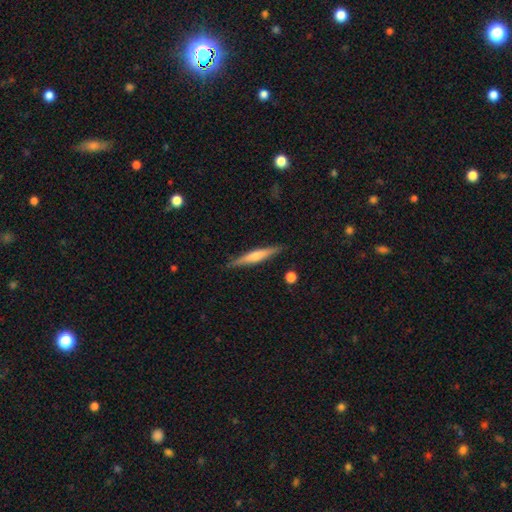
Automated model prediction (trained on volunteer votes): Q: Smooth or featured?
A: featured or disk (53%); runner-up: smooth (41%)
Q: Edge-on disk?
A: yes (97%); runner-up: no (3%)
Q: Edge-on bulge?
A: rounded (66%); runner-up: none (21%)
Q: Merging?
A: none (89%); runner-up: minor disturbance (8%)